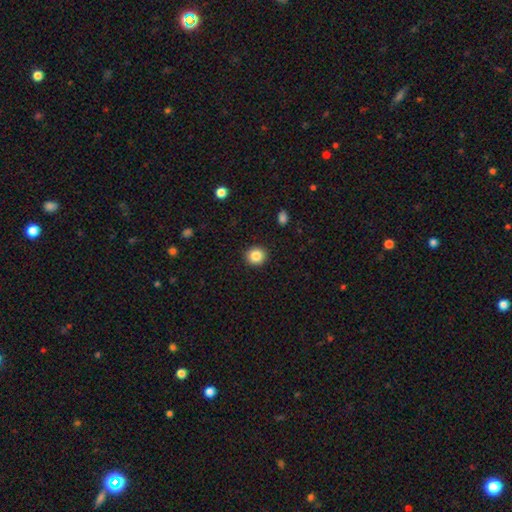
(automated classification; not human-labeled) Smooth or featured?
  - smooth: 86% *
  - star or artifact: 10%
  - featured or disk: 5%
How rounded?
  - round: 89% *
  - in between: 10%
  - cigar-shaped: 1%
Merging?
  - none: 92% *
  - minor disturbance: 6%
  - major disturbance: 2%
  - merger: 1%